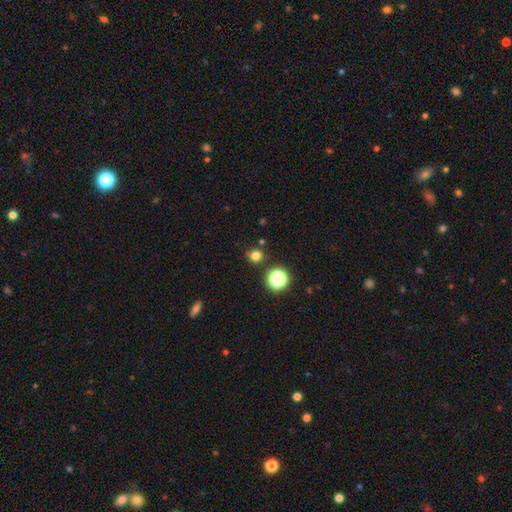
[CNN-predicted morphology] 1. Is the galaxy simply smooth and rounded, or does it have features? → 77% smooth, 19% star or artifact, 5% featured or disk.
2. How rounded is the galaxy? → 89% round, 10% in between, 1% cigar-shaped.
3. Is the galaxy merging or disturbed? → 86% none, 8% minor disturbance, 4% merger, 3% major disturbance.